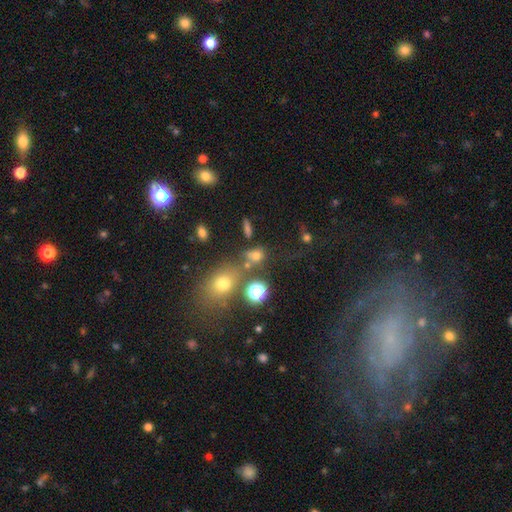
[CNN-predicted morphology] smooth_or_featured: smooth (p=0.68) [alt: star or artifact p=0.22]
how_rounded: round (p=0.59) [alt: in between p=0.38]
merging: none (p=0.54) [alt: merger p=0.23]